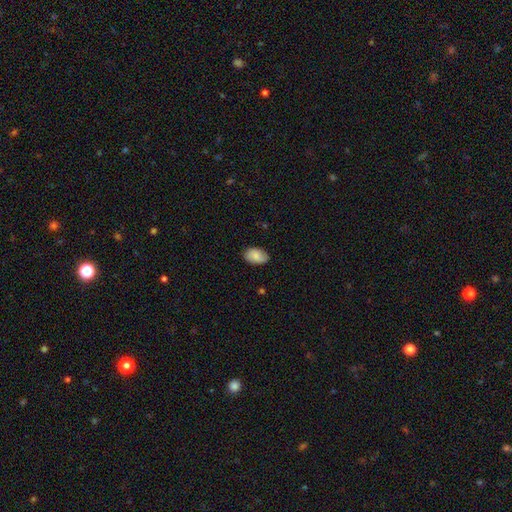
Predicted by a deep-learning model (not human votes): Smooth or featured? Predicted: smooth (p=0.82). How rounded? Predicted: in between (p=0.90). Merging? Predicted: none (p=0.81).